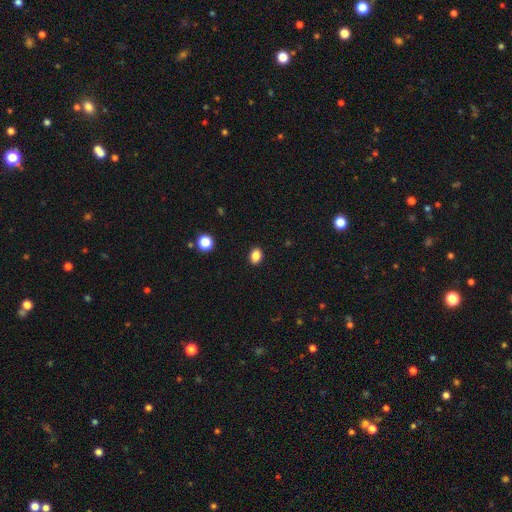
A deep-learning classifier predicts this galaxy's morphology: This appears to be a smooth galaxy with no disk features (86%) that is in between round and cigar-shaped (67%). Merging: none (90%).